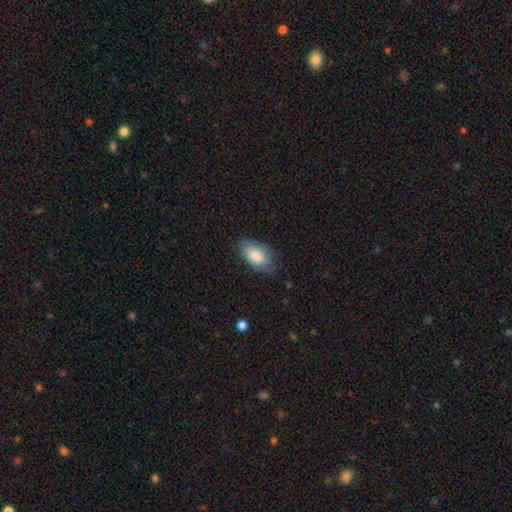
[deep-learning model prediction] Morphology: type=smooth (80%); roundness=in between (92%); merging=none (71%).